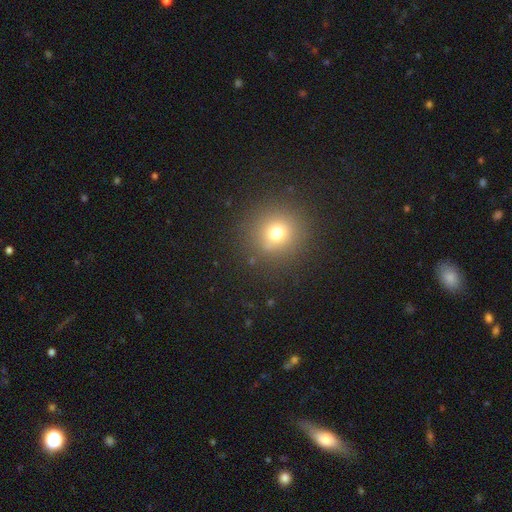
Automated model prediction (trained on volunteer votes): Smooth or featured? smooth (65%)
How rounded? round (93%)
Merging? none (92%)